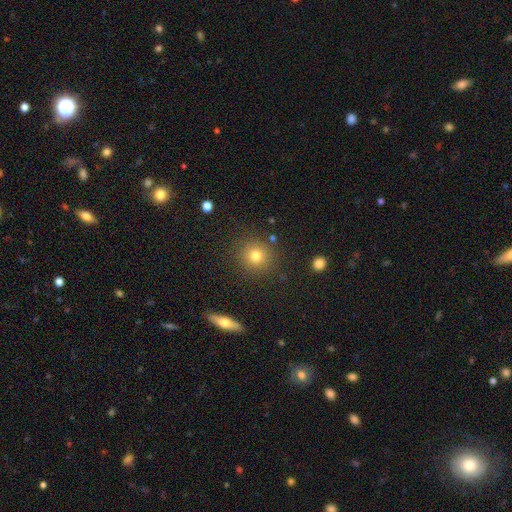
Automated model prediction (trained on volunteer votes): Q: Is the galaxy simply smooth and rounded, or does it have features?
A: smooth — 78%.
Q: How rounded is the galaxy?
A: round — 92%.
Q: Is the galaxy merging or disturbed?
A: none — 87%.